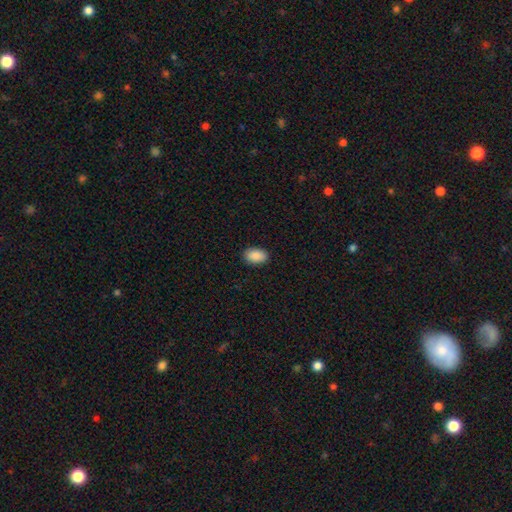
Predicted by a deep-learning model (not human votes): Overall: smooth (90%). How rounded: in between (91%). Merging: none (89%).